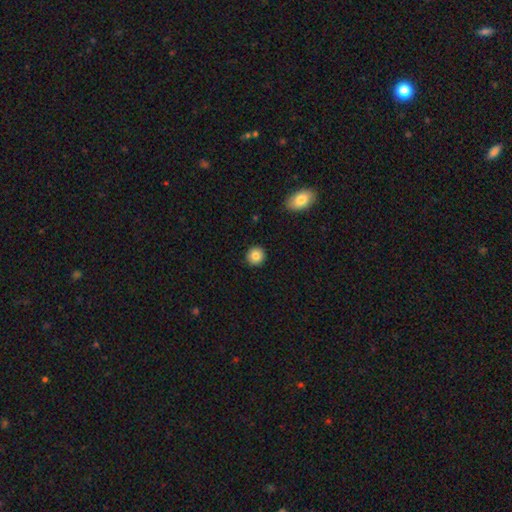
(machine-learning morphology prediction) The model was most divided on "smooth or featured": smooth: 84%, star or artifact: 9%, featured or disk: 7%. More confident: how rounded — round (92%); merging — none (92%).